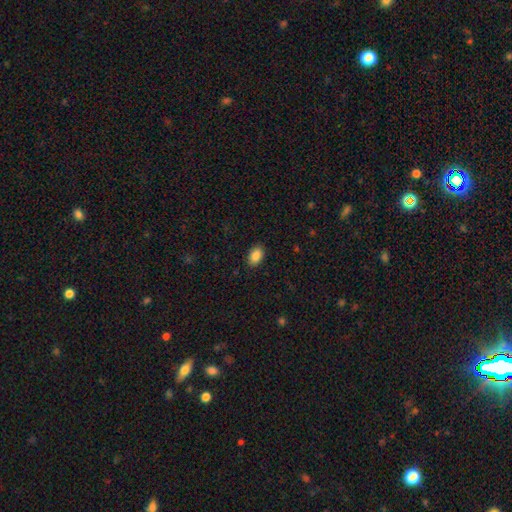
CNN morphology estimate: Smooth or featured?
  - smooth: 87% *
  - star or artifact: 8%
  - featured or disk: 5%
How rounded?
  - in between: 88% *
  - round: 10%
  - cigar-shaped: 1%
Merging?
  - none: 89% *
  - minor disturbance: 8%
  - major disturbance: 2%
  - merger: 1%